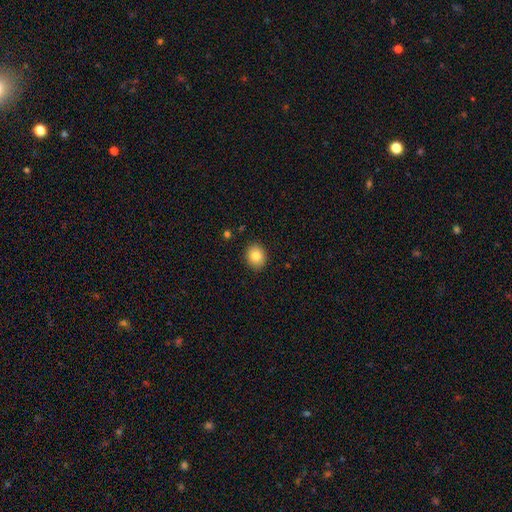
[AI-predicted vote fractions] smooth 84%, star or artifact 9%, featured or disk 7%. Down the decision tree: how rounded — round (66%); merging — none (90%).